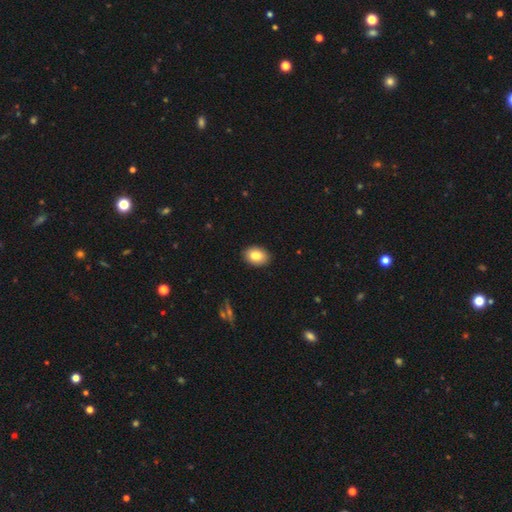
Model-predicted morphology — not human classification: Smooth or featured? Predicted: smooth (p=0.85). How rounded? Predicted: in between (p=0.79). Merging? Predicted: none (p=0.90).